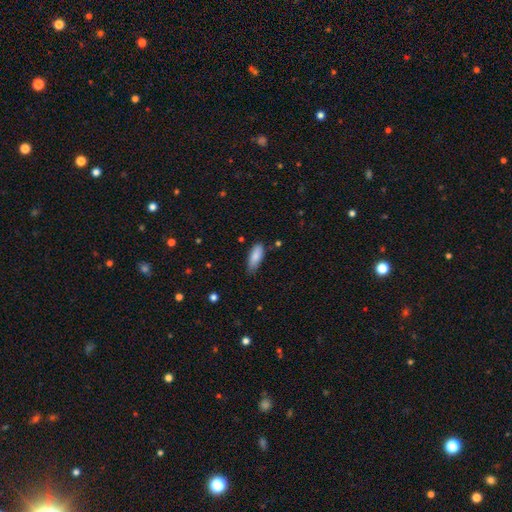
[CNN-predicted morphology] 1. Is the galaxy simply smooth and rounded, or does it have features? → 85% smooth, 9% featured or disk, 6% star or artifact.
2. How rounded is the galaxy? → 73% in between, 25% cigar-shaped, 2% round.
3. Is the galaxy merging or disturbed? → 69% none, 26% minor disturbance, 4% major disturbance, 2% merger.